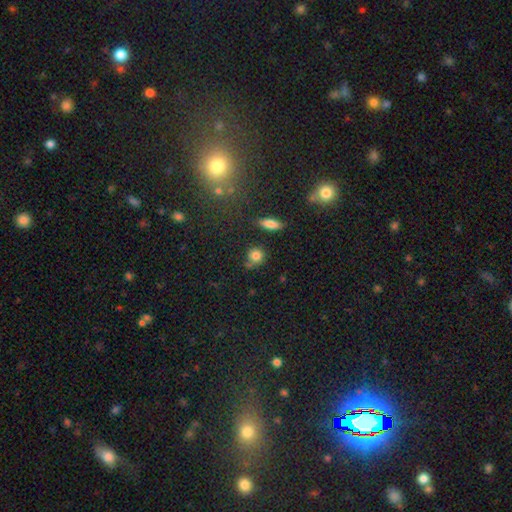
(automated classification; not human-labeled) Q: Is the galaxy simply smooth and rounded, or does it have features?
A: smooth — 80%.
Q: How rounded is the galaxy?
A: round — 81%.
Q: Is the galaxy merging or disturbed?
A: none — 60%.